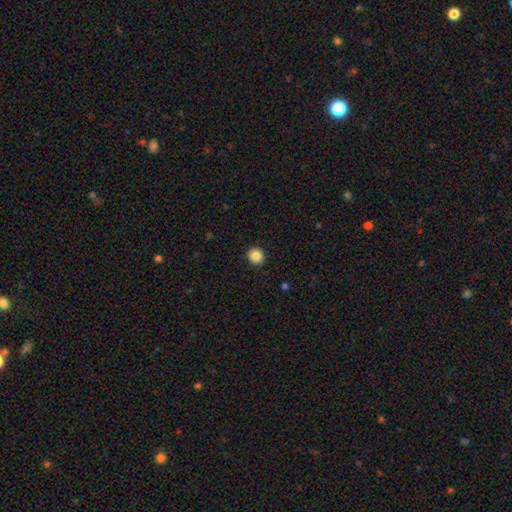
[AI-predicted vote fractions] The model was most divided on "smooth or featured": smooth: 87%, star or artifact: 10%, featured or disk: 3%. More confident: merging — none (91%); how rounded — round (90%).